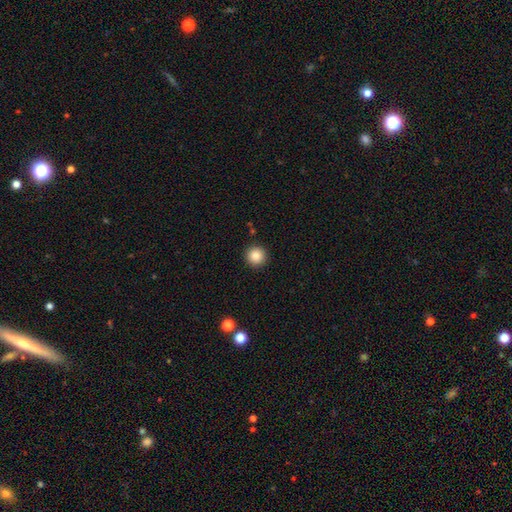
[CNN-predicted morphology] smooth-or-featured: smooth: 86% | star or artifact: 10% | featured or disk: 4%
  how-rounded: round: 96% | in between: 3% | cigar-shaped: 1%
  merging: none: 92% | minor disturbance: 5% | major disturbance: 2% | merger: 1%